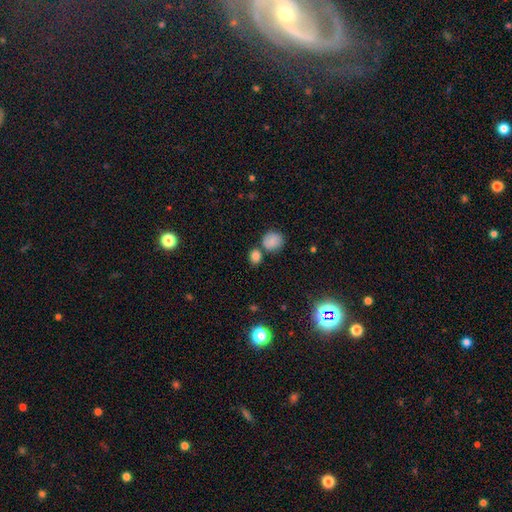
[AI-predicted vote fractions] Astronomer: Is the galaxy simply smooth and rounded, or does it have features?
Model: smooth — 80%.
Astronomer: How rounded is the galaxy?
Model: round — 64%.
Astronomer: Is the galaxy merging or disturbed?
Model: none — 62%.